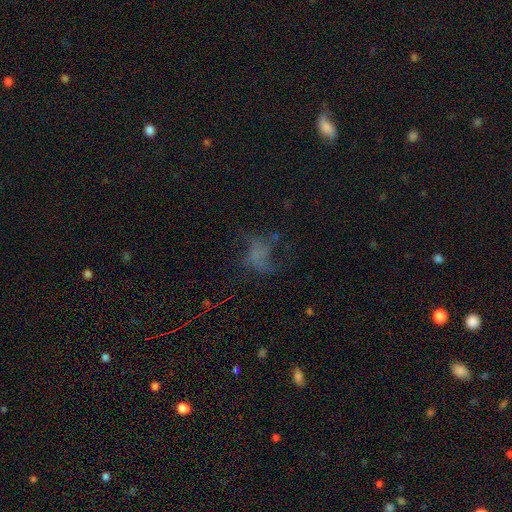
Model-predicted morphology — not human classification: Smooth or featured: featured or disk — 38% (smooth — 35%)
Merging: none — 42% (major disturbance — 37%)